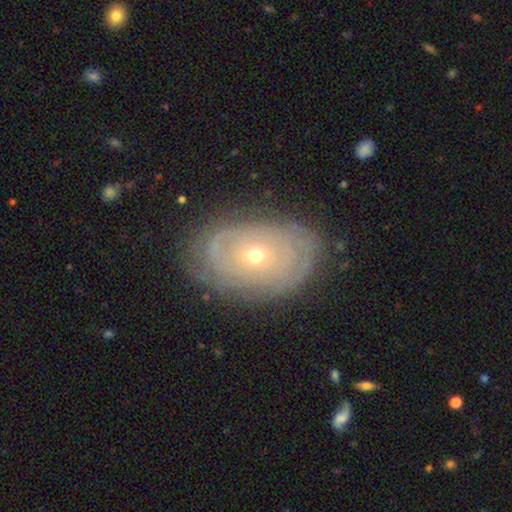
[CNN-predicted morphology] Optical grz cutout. It shows a featured or disk galaxy (75%) with no bar (86%), tight (81%) spiral arms (76%) and a small central bulge (53%). Merging: none (79%).